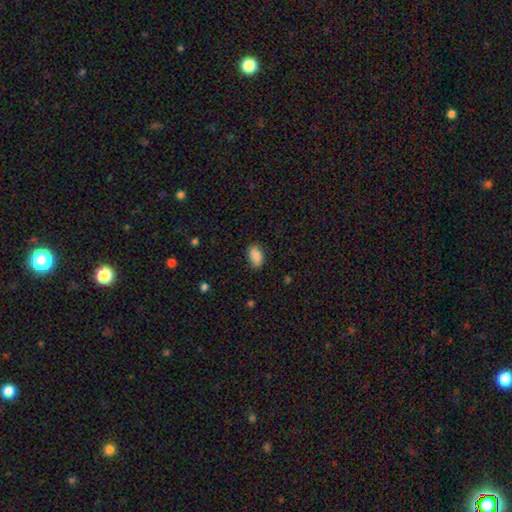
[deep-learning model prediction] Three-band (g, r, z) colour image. It shows a smooth galaxy with no disk features (88%) that is in between round and cigar-shaped (90%). Merging: none (82%).